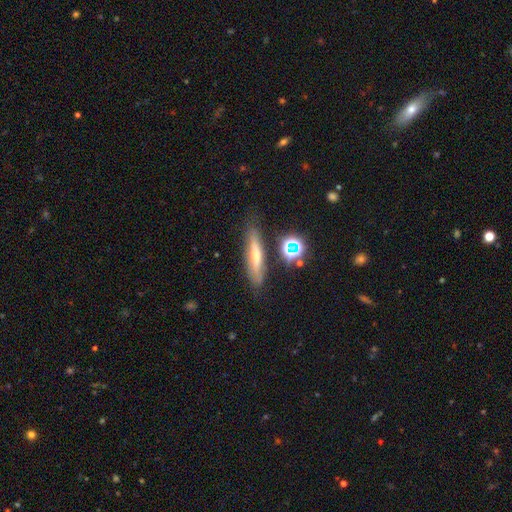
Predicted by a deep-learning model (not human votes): This appears to be a featured or disk galaxy (45%). Merging: none (79%).